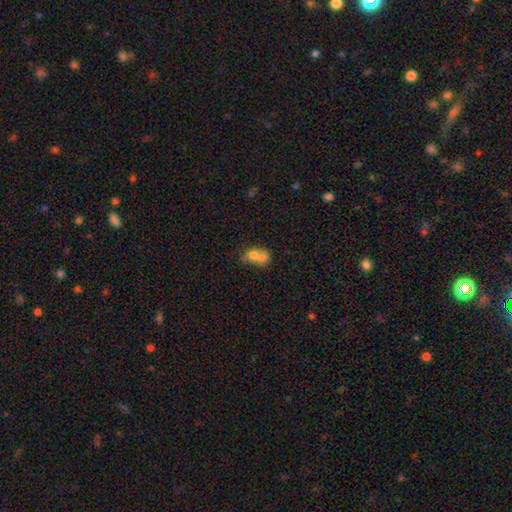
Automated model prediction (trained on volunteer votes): Morphology: type=smooth (67%); roundness=round (51%); merging=merger (67%).